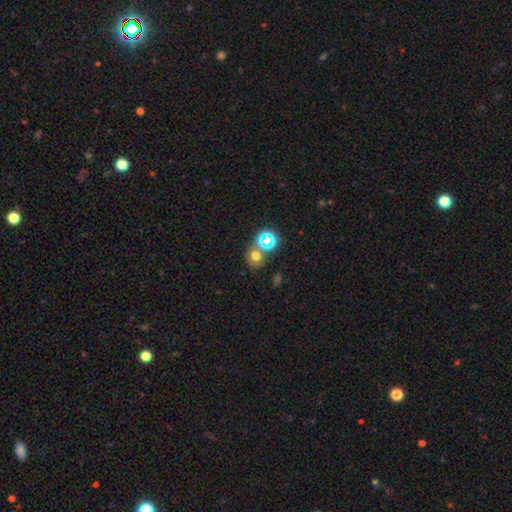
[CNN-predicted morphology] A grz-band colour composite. It shows a smooth galaxy with no disk features (61%) that is round (71%). Merging: none (59%).